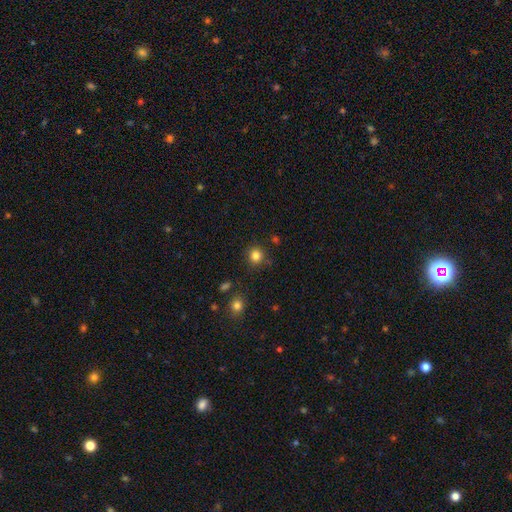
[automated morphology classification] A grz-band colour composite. It shows a smooth galaxy with no disk features (83%) that is round (89%). Merging: none (84%).